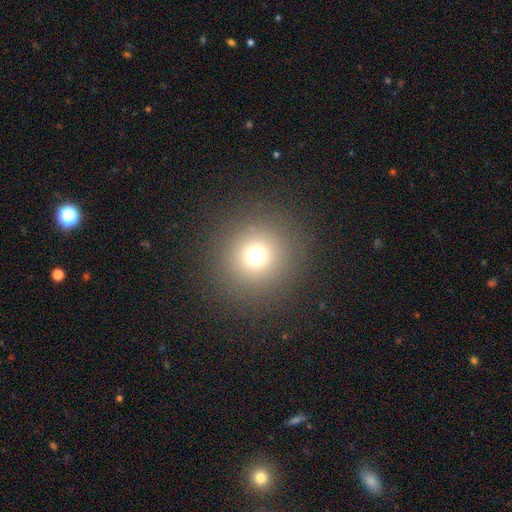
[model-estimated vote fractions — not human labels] The model was most divided on "smooth or featured": smooth: 71%, star or artifact: 20%, featured or disk: 9%. More confident: how rounded — round (95%); merging — none (89%).